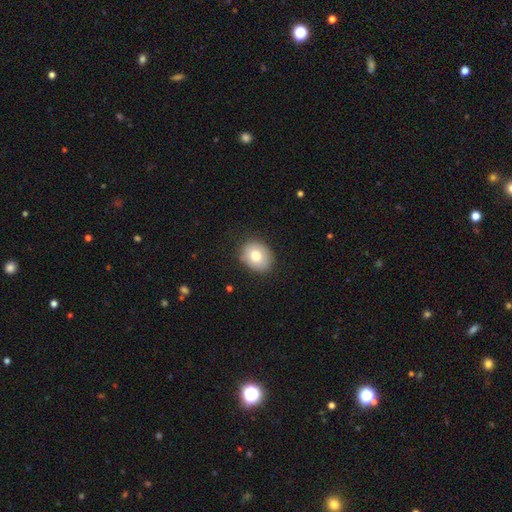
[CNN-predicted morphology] This appears to be a smooth galaxy with no disk features (76%) that is in between round and cigar-shaped (50%). Merging: none (83%).